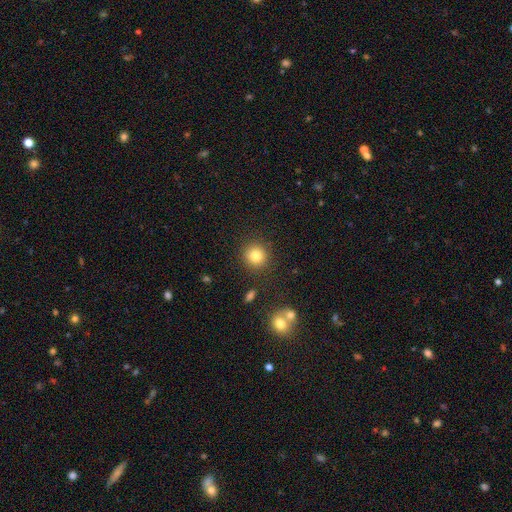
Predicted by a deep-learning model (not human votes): Smooth or featured? Predicted: smooth (p=0.82). How rounded? Predicted: round (p=0.92). Merging? Predicted: none (p=0.88).